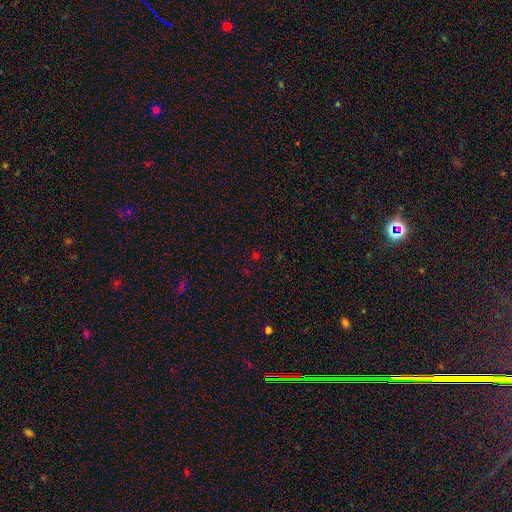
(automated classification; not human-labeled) smooth-or-featured: star or artifact: 56% | smooth: 37% | featured or disk: 7%